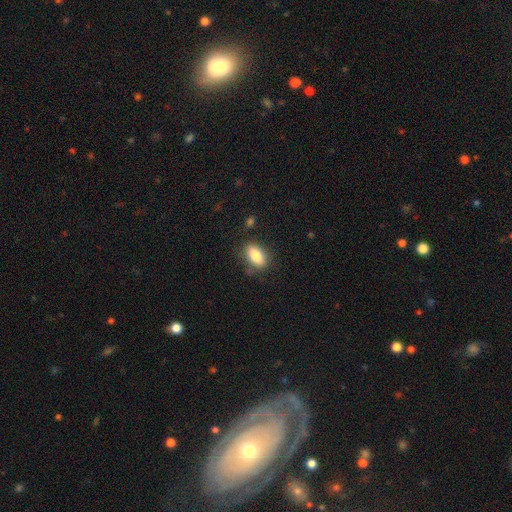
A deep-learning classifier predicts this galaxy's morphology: Smooth or featured? smooth (82%)
How rounded? in between (86%)
Merging? none (79%)